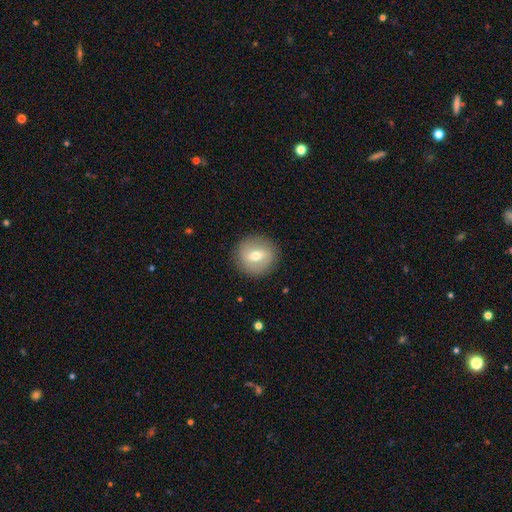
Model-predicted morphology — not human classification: This appears to be a smooth galaxy with no disk features (57%) that is round (90%). Merging: none (88%).